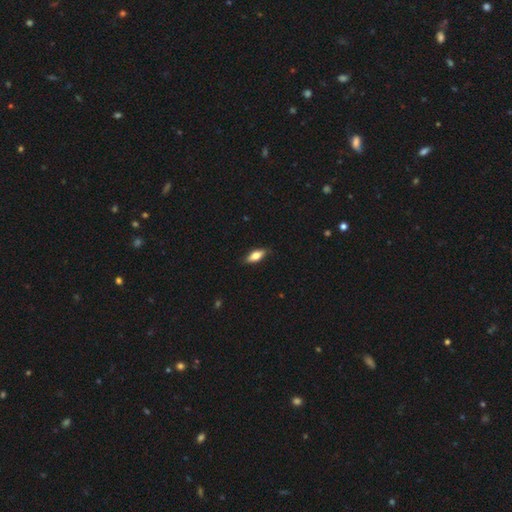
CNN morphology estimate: A smooth galaxy with no disk features (73%) that is in between round and cigar-shaped (75%). Merging: none (86%).